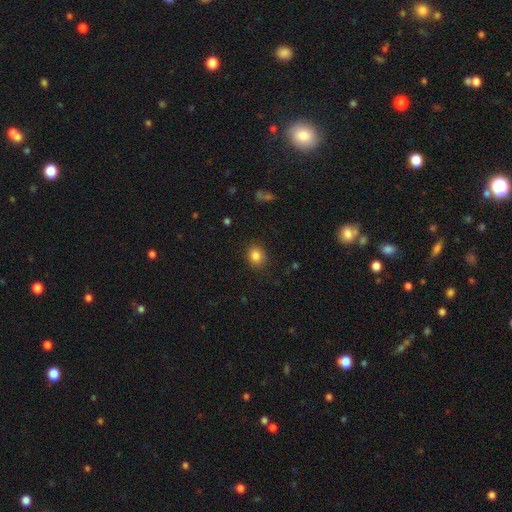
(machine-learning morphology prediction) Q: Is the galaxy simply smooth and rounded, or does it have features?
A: smooth — 85%.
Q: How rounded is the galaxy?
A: round — 64%.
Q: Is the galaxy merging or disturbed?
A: none — 87%.